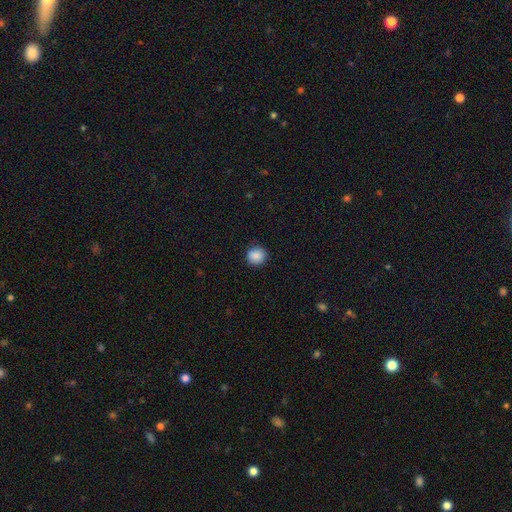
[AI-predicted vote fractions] smooth_or_featured: smooth (p=0.88) [alt: star or artifact p=0.09]
how_rounded: round (p=0.89) [alt: in between p=0.10]
merging: none (p=0.89) [alt: minor disturbance p=0.08]